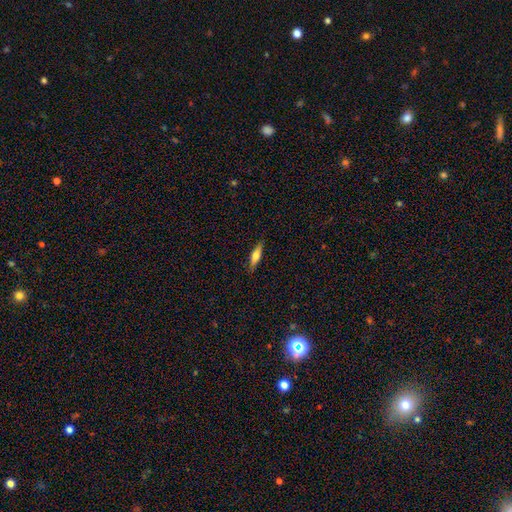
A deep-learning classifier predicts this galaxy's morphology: smooth_or_featured: smooth (p=0.63) [alt: featured or disk p=0.31]
how_rounded: cigar-shaped (p=0.60) [alt: in between p=0.38]
merging: none (p=0.85) [alt: minor disturbance p=0.12]